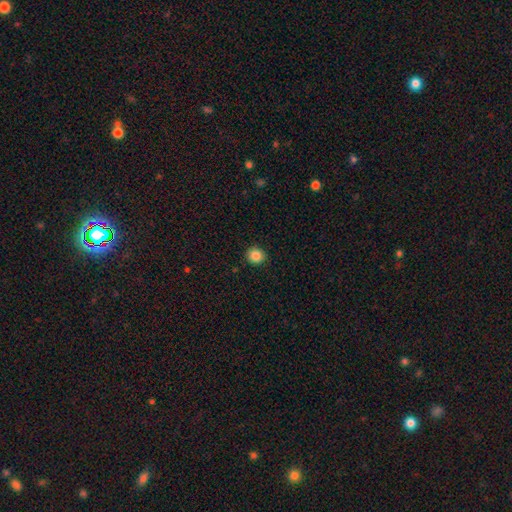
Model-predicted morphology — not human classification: A smooth galaxy with no disk features (86%) that is round (88%). Merging: none (91%).